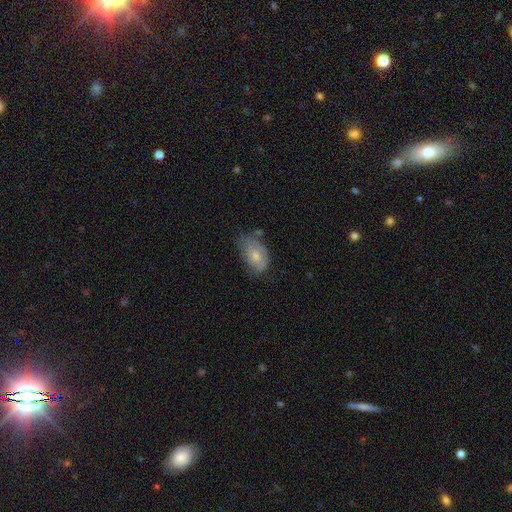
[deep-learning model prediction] Smooth or featured?
  - smooth: 62% *
  - featured or disk: 31%
  - star or artifact: 7%
How rounded?
  - in between: 90% *
  - round: 8%
  - cigar-shaped: 2%
Merging?
  - none: 49% *
  - minor disturbance: 35%
  - major disturbance: 11%
  - merger: 4%